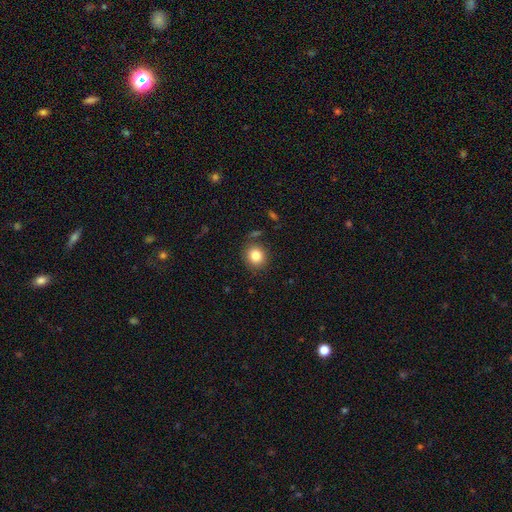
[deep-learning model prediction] The model was most divided on "how rounded": round: 82%, in between: 17%, cigar-shaped: 1%. More confident: merging — none (85%); smooth or featured — smooth (83%).